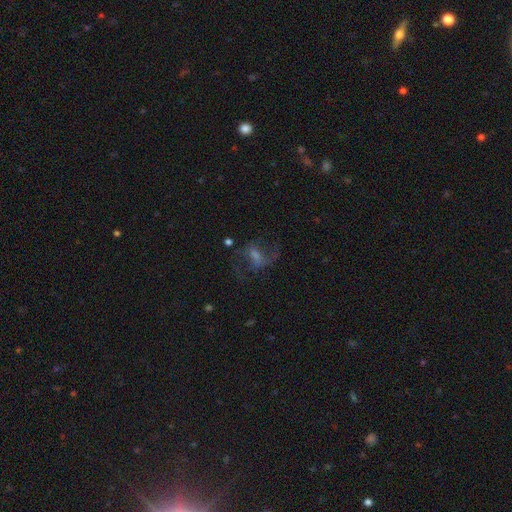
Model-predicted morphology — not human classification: A featured or disk galaxy (61%) with a weak bar (46%), spiral arms (82%) and a small central bulge (37%).

Vote fractions:
- Smooth or featured? featured or disk: 61% / smooth: 21% / star or artifact: 19%
- Edge-on disk? no: 96% / yes: 4%
- Bar? weak: 46% / no: 37% / strong: 17%
- Spiral arms? yes: 82% / no: 18%
- Bulge size? small: 37% / moderate: 35% / none: 18% / large: 8% / dominant: 2%
- Merging? none: 58% / major disturbance: 23% / minor disturbance: 17% / merger: 2%